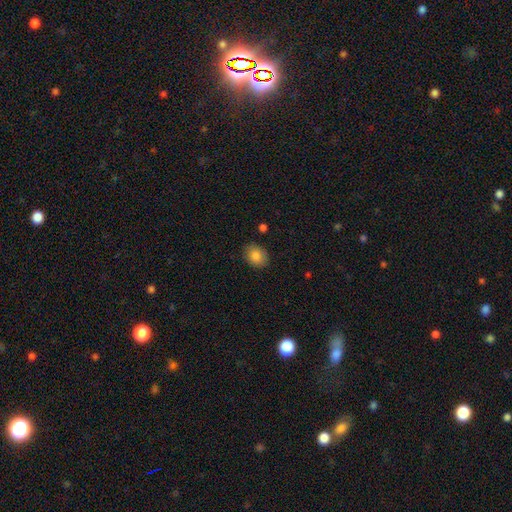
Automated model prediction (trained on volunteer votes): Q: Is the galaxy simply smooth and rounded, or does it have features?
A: smooth — 85%.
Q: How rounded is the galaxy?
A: round — 50%.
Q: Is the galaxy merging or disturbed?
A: none — 84%.